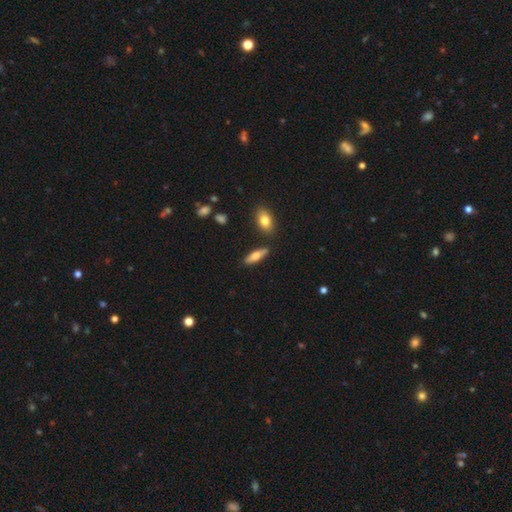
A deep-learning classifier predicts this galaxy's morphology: Smooth or featured? smooth (62%)
How rounded? in between (49%)
Merging? none (82%)